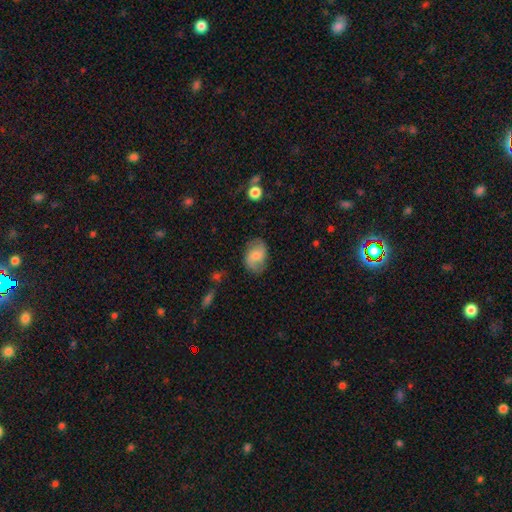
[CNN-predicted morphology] This appears to be a smooth galaxy with no disk features (49%). Merging: none (75%).